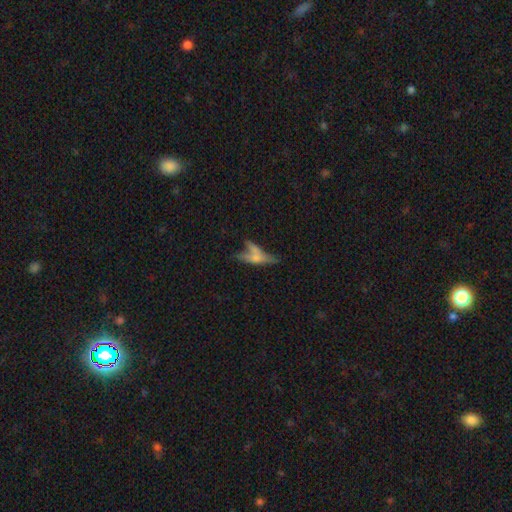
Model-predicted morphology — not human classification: Smooth or featured? smooth (48%)
Merging? none (39%)